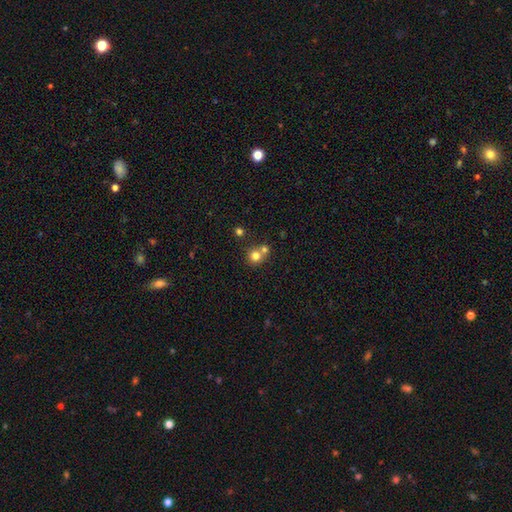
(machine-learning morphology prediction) smooth-or-featured: smooth: 77% | star or artifact: 13% | featured or disk: 10%
  how-rounded: round: 88% | in between: 12% | cigar-shaped: 1%
  merging: none: 49% | merger: 43% | minor disturbance: 6% | major disturbance: 2%